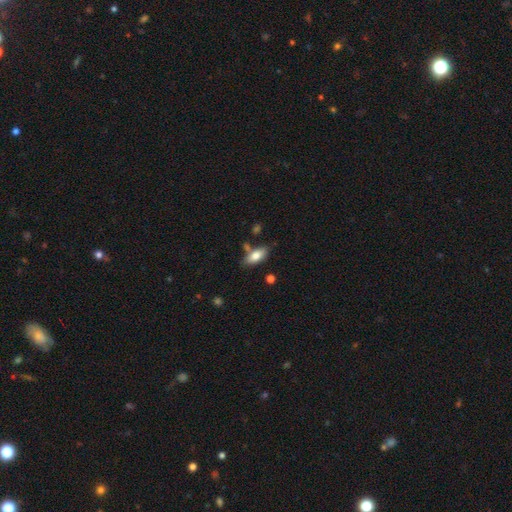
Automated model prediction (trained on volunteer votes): Smooth or featured? smooth (75%)
How rounded? in between (83%)
Merging? none (71%)